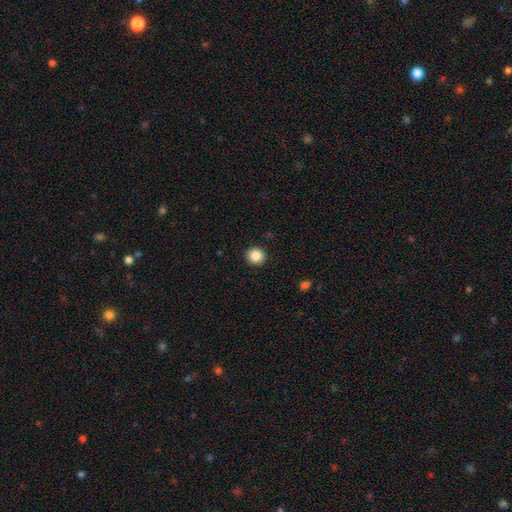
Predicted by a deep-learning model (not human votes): The model was most divided on "smooth or featured": smooth: 87%, star or artifact: 9%, featured or disk: 4%. More confident: merging — none (92%); how rounded — round (90%).